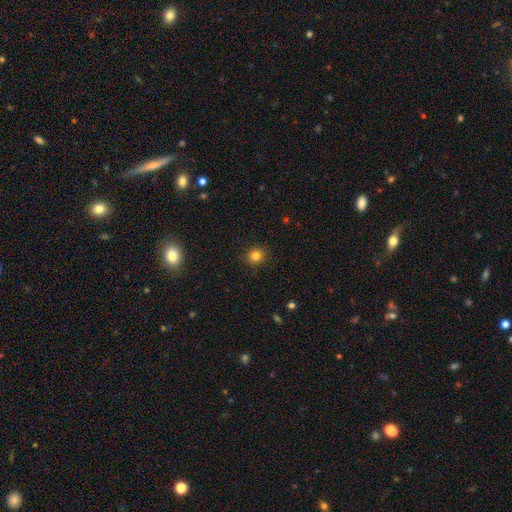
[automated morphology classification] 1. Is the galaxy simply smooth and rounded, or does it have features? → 82% smooth, 13% star or artifact, 5% featured or disk.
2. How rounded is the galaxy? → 88% round, 11% in between, 1% cigar-shaped.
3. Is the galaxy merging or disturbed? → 90% none, 7% minor disturbance, 2% major disturbance, 1% merger.